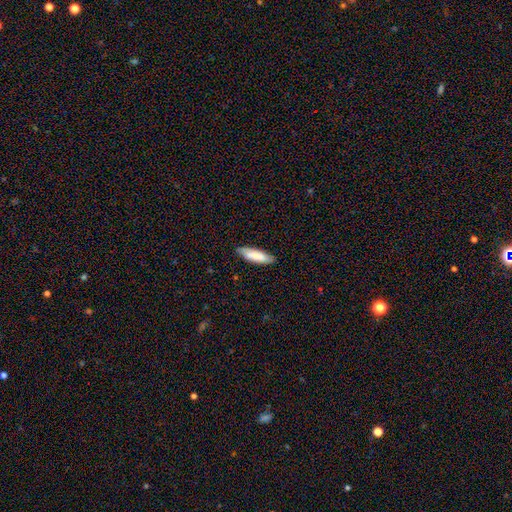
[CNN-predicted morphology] smooth 83%, featured or disk 11%, star or artifact 5%. Down the decision tree: how rounded — cigar-shaped (58%); merging — none (84%).